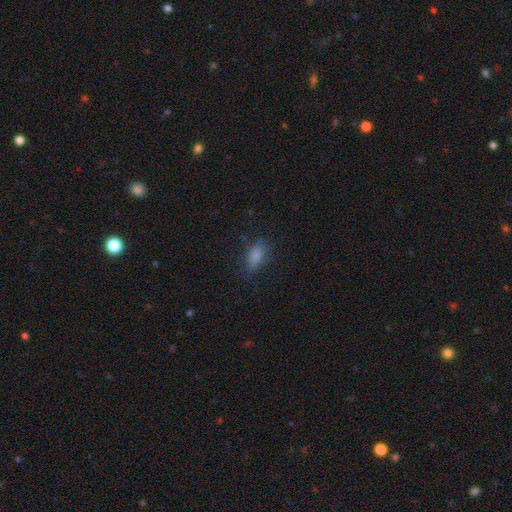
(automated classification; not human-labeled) This is clearly a smooth galaxy (81%). How rounded: clearly in between (87%). Merging: likely none (70%).